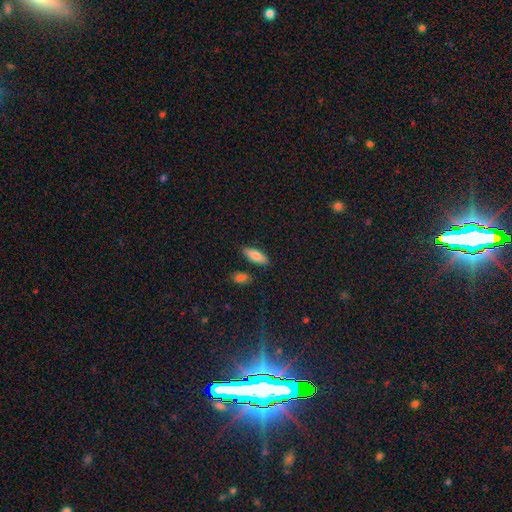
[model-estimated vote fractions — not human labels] smooth_or_featured: smooth (p=0.83) [alt: featured or disk p=0.10]
how_rounded: in between (p=0.67) [alt: cigar-shaped p=0.31]
merging: none (p=0.80) [alt: minor disturbance p=0.12]